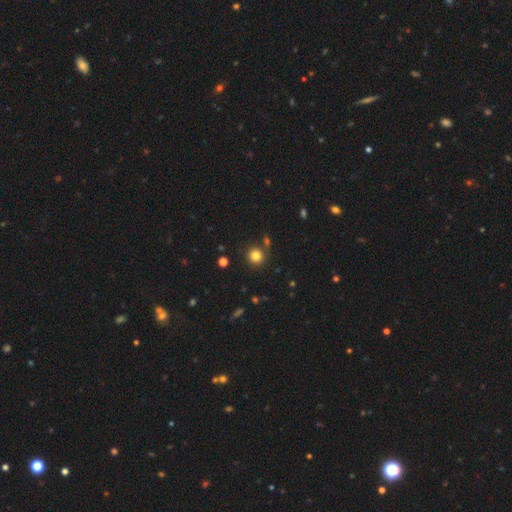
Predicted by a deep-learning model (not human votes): Overall: smooth (82%). How rounded: round (92%). Merging: none (82%).